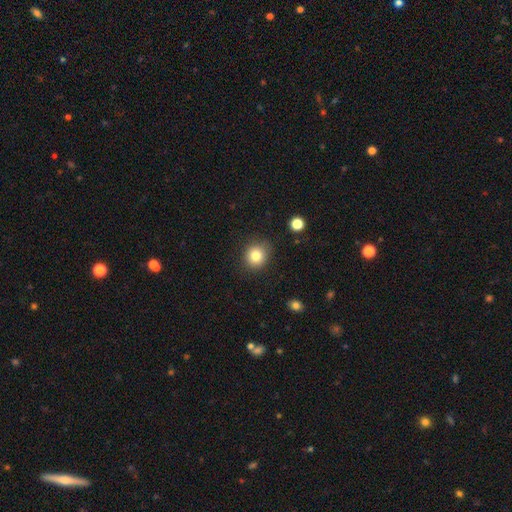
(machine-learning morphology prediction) smooth_or_featured: smooth (p=0.83) [alt: star or artifact p=0.11]
how_rounded: round (p=0.81) [alt: in between p=0.19]
merging: none (p=0.83) [alt: minor disturbance p=0.12]